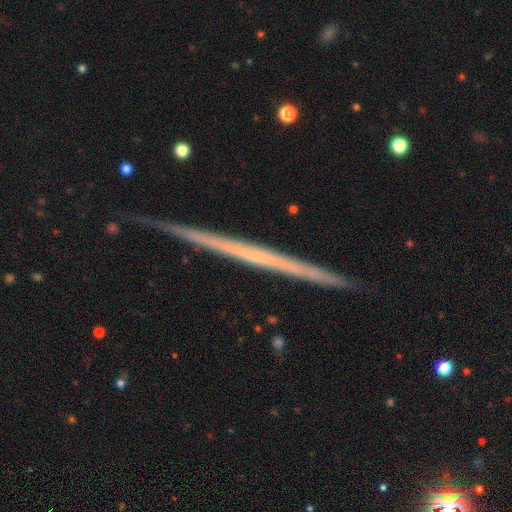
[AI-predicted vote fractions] Smooth or featured?
  - featured or disk: 71% *
  - smooth: 22%
  - star or artifact: 7%
Edge-on disk?
  - yes: 98% *
  - no: 2%
Edge-on bulge?
  - none: 91% *
  - rounded: 6%
  - boxy: 3%
Merging?
  - none: 89% *
  - minor disturbance: 8%
  - major disturbance: 1%
  - merger: 1%